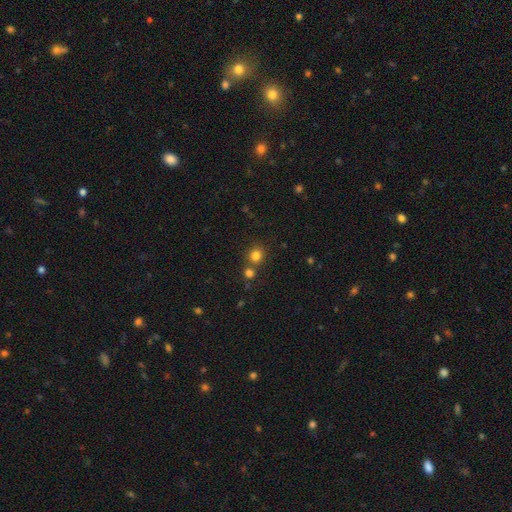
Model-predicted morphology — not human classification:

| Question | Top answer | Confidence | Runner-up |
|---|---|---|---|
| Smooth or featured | smooth | 80% | star or artifact (14%) |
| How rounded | round | 87% | in between (12%) |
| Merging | none | 66% | merger (24%) |